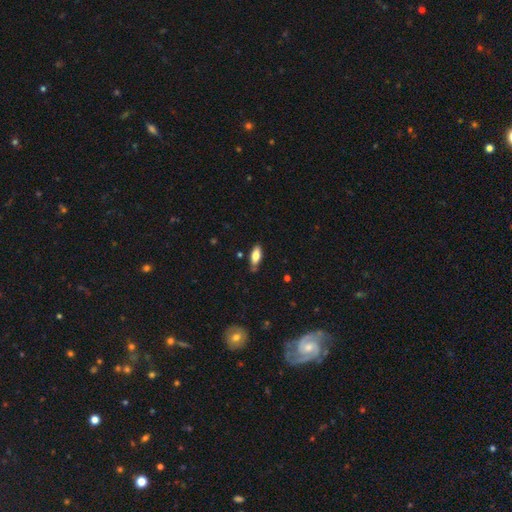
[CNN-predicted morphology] Smooth or featured? Predicted: smooth (p=0.72). How rounded? Predicted: in between (p=0.75). Merging? Predicted: none (p=0.75).